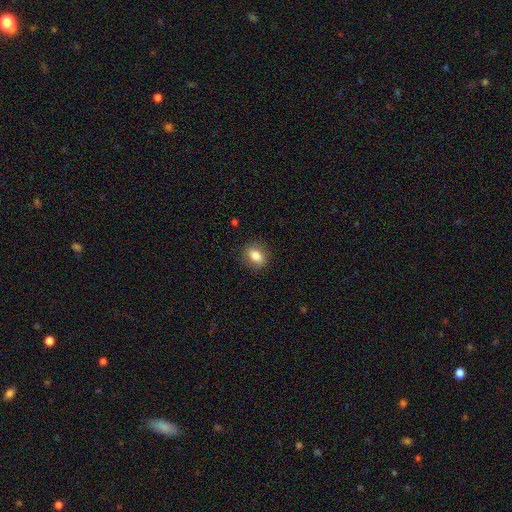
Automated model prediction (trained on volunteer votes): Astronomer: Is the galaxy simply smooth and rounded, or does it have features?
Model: smooth — 82%.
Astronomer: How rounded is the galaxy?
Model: in between — 72%.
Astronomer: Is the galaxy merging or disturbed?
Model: none — 85%.